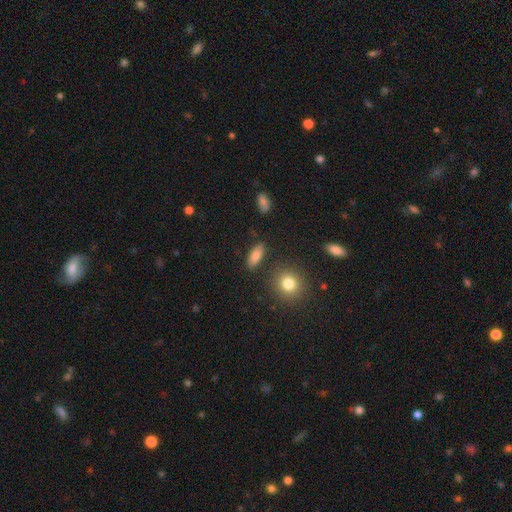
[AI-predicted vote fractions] This appears to be a smooth galaxy with no disk features (82%) that is in between round and cigar-shaped (71%). Merging: none (84%).